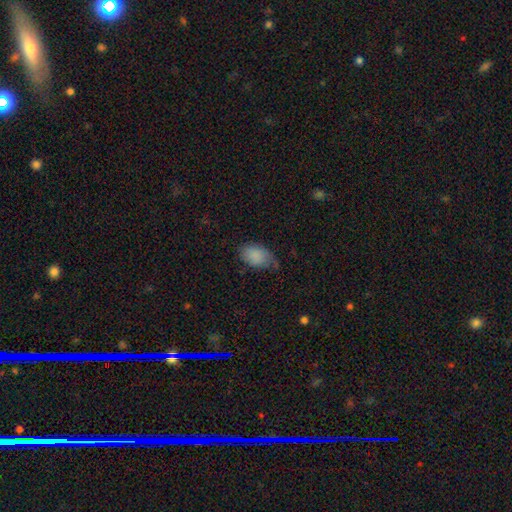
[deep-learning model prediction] Smooth or featured? Predicted: smooth (p=0.85). How rounded? Predicted: in between (p=0.90). Merging? Predicted: none (p=0.47).